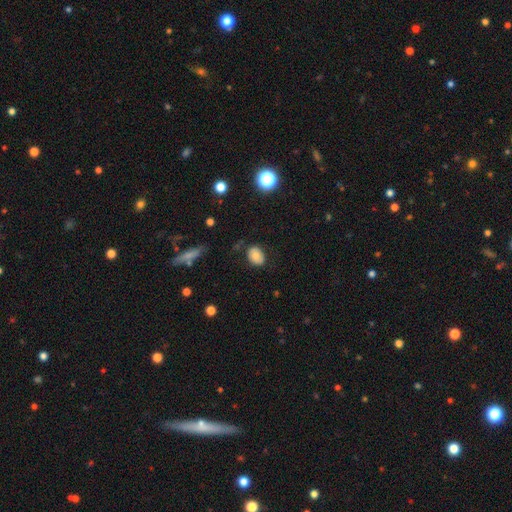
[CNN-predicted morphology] This is likely a smooth galaxy (72%). How rounded: likely in between (72%). Merging: likely none (77%).